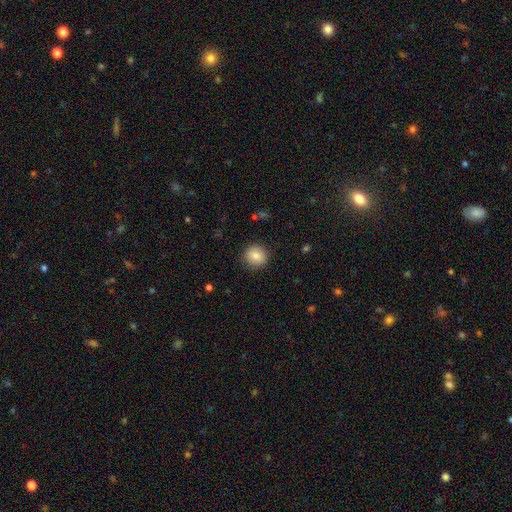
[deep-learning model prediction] A smooth galaxy with no disk features (85%) that is round (89%).

Vote fractions:
- Smooth or featured? smooth: 85% / star or artifact: 8% / featured or disk: 7%
- How rounded? round: 89% / in between: 10% / cigar-shaped: 1%
- Merging? none: 89% / minor disturbance: 8% / major disturbance: 3% / merger: 1%